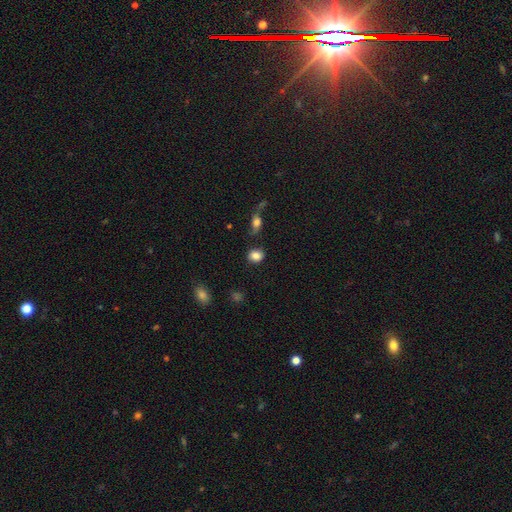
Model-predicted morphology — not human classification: This is clearly a smooth galaxy (84%). How rounded: possibly round (56%). Merging: likely none (76%).